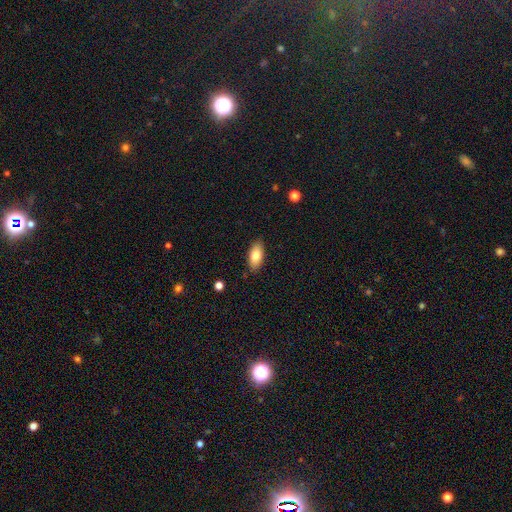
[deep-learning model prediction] The model was most divided on "smooth or featured": smooth: 80%, featured or disk: 13%, star or artifact: 7%. More confident: how rounded — in between (90%); merging — none (86%).